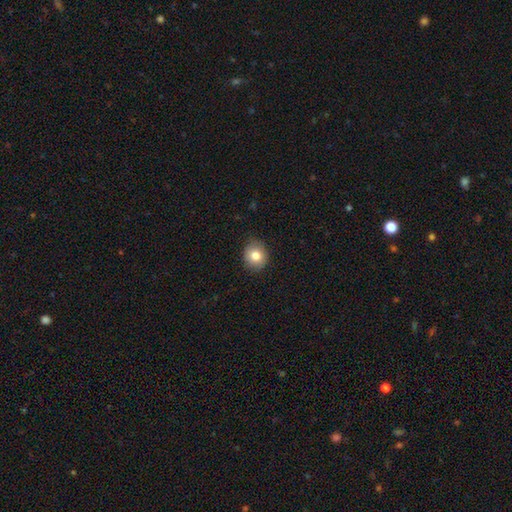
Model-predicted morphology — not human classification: smooth_or_featured: smooth (p=0.81) [alt: featured or disk p=0.10]
how_rounded: round (p=0.77) [alt: in between p=0.22]
merging: none (p=0.85) [alt: minor disturbance p=0.12]